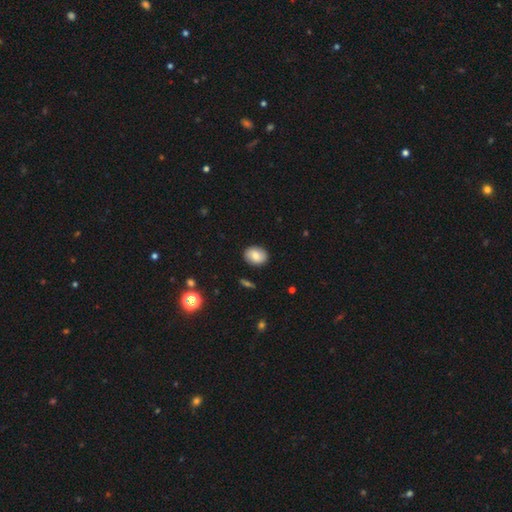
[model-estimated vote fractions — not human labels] This is likely a smooth galaxy (79%). How rounded: likely in between (60%). Merging: clearly none (88%).